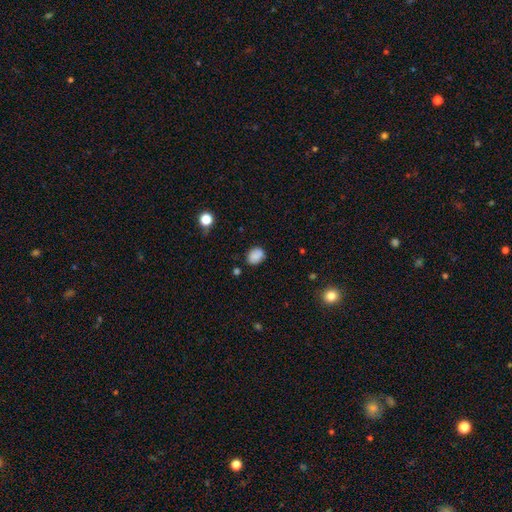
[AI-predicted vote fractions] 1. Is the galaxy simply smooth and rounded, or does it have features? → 84% smooth, 10% star or artifact, 6% featured or disk.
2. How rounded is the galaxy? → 59% in between, 40% round, 1% cigar-shaped.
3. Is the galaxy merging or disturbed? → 77% none, 17% minor disturbance, 4% major disturbance, 3% merger.